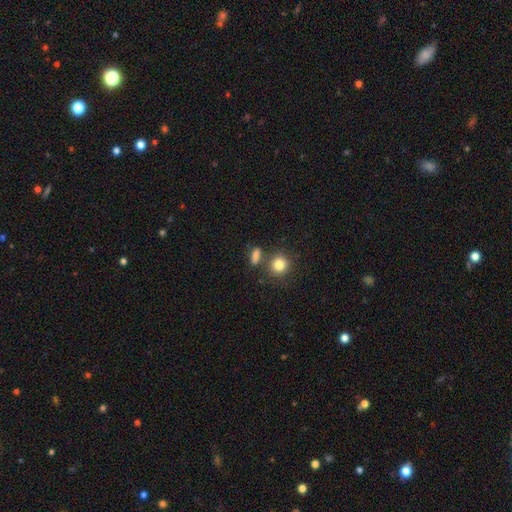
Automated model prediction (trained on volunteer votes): This is clearly a smooth galaxy (80%). How rounded: possibly in between (53%). Merging: likely none (68%).